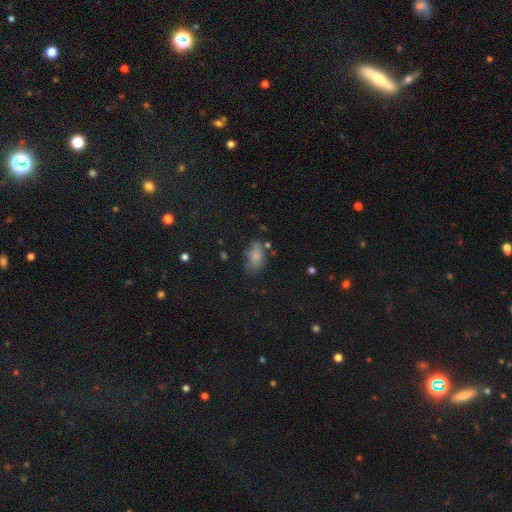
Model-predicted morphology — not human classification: smooth 75%, featured or disk 14%, star or artifact 11%. Down the decision tree: how rounded — in between (89%); merging — none (54%).